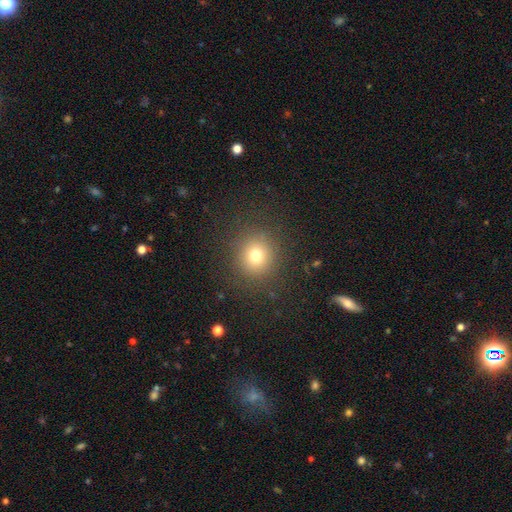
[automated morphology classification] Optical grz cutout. It shows a smooth galaxy with no disk features (74%) that is round (89%). Merging: none (87%).